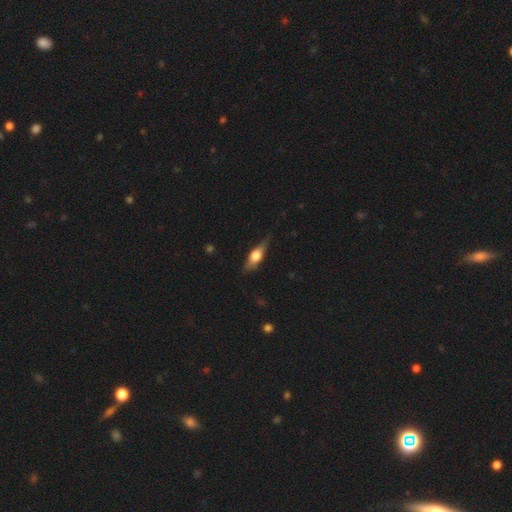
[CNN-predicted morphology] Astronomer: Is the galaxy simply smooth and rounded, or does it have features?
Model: smooth — 50% (runner-up: featured or disk, 43%).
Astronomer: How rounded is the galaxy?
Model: in between — 54% (runner-up: cigar-shaped, 42%).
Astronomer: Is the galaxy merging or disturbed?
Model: none — 75%.